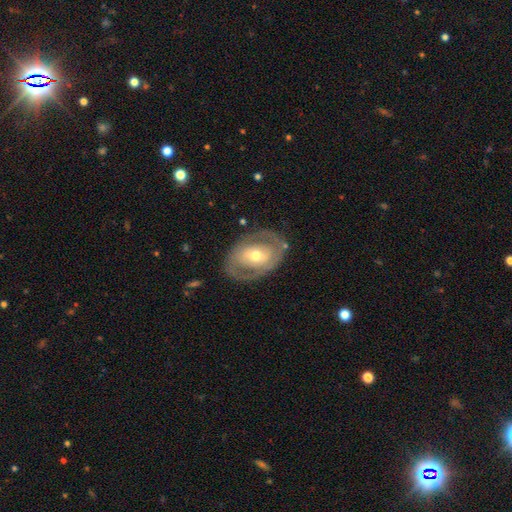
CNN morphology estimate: Overall: featured or disk (70%). Edge-on disk: no (94%). Bar: no (50%; weak 31%). Spiral arms: no (53%; yes 47%). Bulge size: moderate (64%; small 28%). Merging: none (78%).